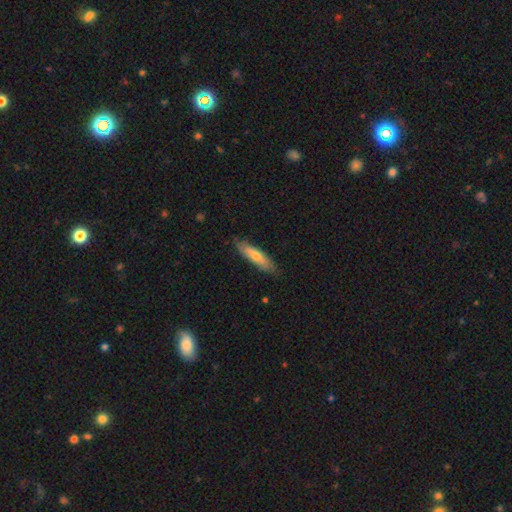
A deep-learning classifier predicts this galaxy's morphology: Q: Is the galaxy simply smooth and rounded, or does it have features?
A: smooth — 63%.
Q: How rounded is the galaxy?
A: cigar-shaped — 69%.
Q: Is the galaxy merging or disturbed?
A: none — 81%.